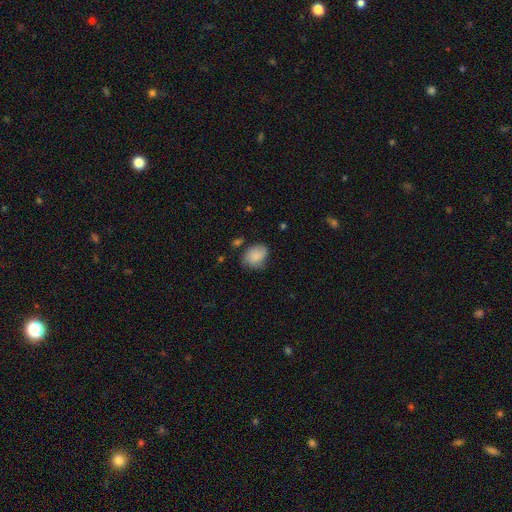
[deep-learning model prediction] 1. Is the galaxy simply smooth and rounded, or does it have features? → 80% smooth, 12% featured or disk, 8% star or artifact.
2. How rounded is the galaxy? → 59% in between, 40% round, 1% cigar-shaped.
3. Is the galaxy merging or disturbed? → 59% none, 30% minor disturbance, 8% major disturbance, 3% merger.